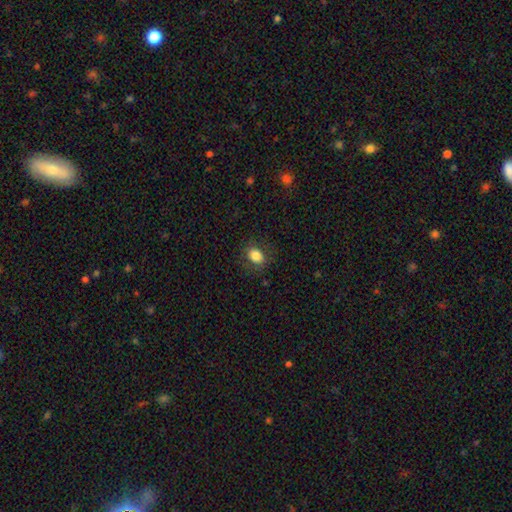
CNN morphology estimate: A smooth galaxy with no disk features (83%) that is in between round and cigar-shaped (62%).

Vote fractions:
- Smooth or featured? smooth: 83% / star or artifact: 10% / featured or disk: 8%
- How rounded? in between: 62% / round: 37% / cigar-shaped: 1%
- Merging? none: 82% / minor disturbance: 12% / major disturbance: 5% / merger: 1%